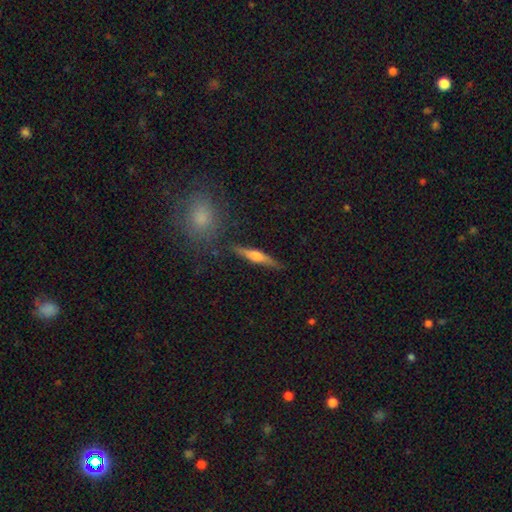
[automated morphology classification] Overall: featured or disk (60%; smooth 33%). Edge-on disk: yes (96%). Edge-on bulge: rounded (86%). Merging: none (84%).